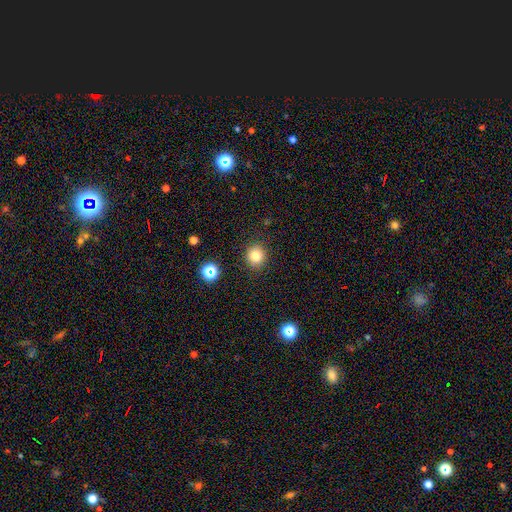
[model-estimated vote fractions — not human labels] This appears to be a smooth galaxy with no disk features (80%) that is round (88%). Merging: none (89%).